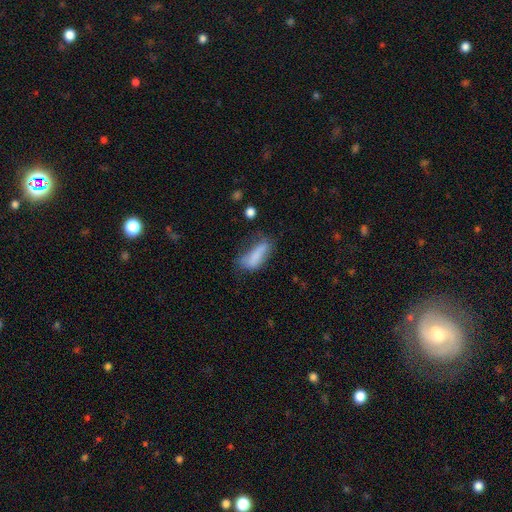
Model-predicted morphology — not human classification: Smooth or featured? smooth (75%)
How rounded? in between (63%)
Merging? none (40%)